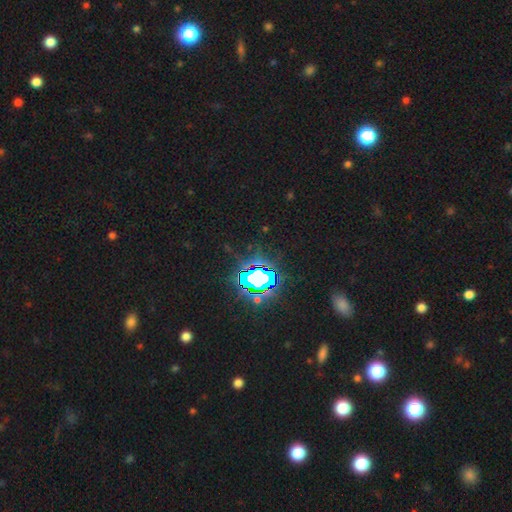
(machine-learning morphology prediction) star or artifact 82%, smooth 11%, featured or disk 7%.